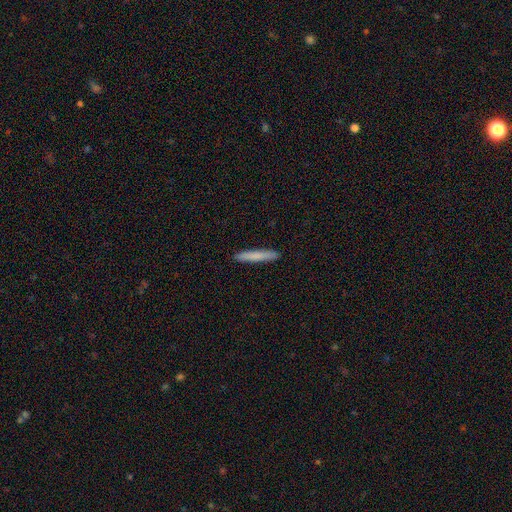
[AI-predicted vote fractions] The model was most divided on "smooth or featured": smooth: 80%, featured or disk: 15%, star or artifact: 6%. More confident: how rounded — cigar-shaped (95%); merging — none (92%).